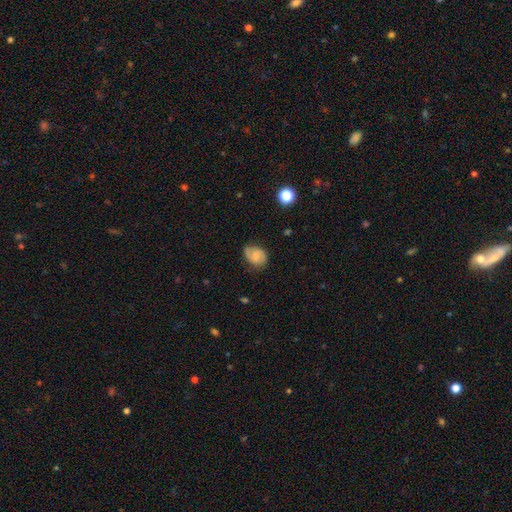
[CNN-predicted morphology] smooth-or-featured: featured or disk: 50% | smooth: 41% | star or artifact: 9%
  disk-edge-on: no: 97% | yes: 3%
  merging: none: 68% | minor disturbance: 24% | major disturbance: 7% | merger: 2%